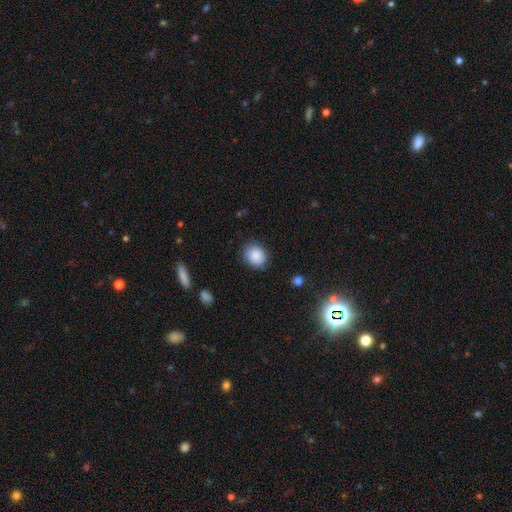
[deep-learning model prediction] Smooth or featured? Predicted: smooth (p=0.87). How rounded? Predicted: round (p=0.65). Merging? Predicted: none (p=0.84).